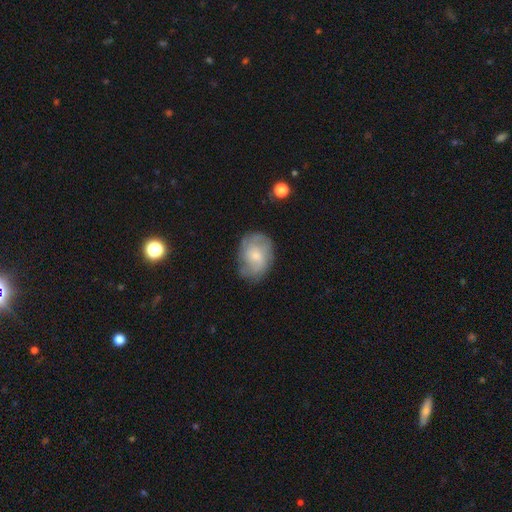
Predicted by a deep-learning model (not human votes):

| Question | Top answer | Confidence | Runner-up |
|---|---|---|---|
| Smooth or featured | featured or disk | 53% | smooth (40%) |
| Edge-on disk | no | 97% | yes (3%) |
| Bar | no | 68% | weak (28%) |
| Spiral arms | yes | 81% | no (19%) |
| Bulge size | small | 59% | moderate (33%) |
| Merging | none | 66% | minor disturbance (23%) |